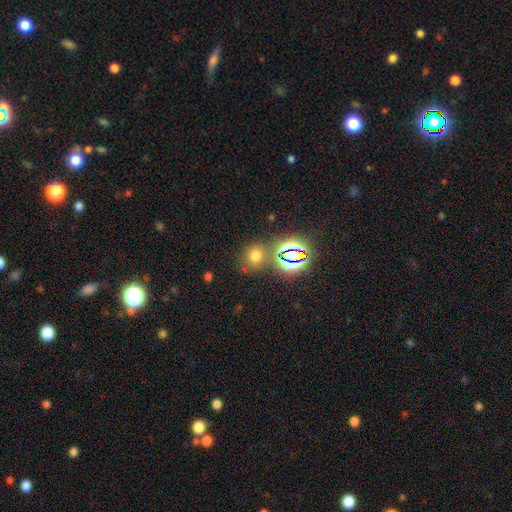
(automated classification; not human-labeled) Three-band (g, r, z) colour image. It shows a smooth galaxy with no disk features (60%) that is round (68%). Merging: none (67%).